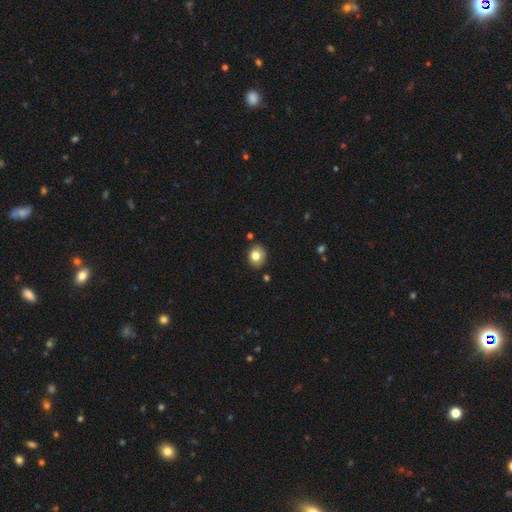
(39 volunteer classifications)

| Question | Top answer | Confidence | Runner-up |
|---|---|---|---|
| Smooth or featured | smooth | 82% | featured or disk (13%) |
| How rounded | round | 62% | in between (38%) |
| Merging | none | 73% | minor disturbance (22%) |